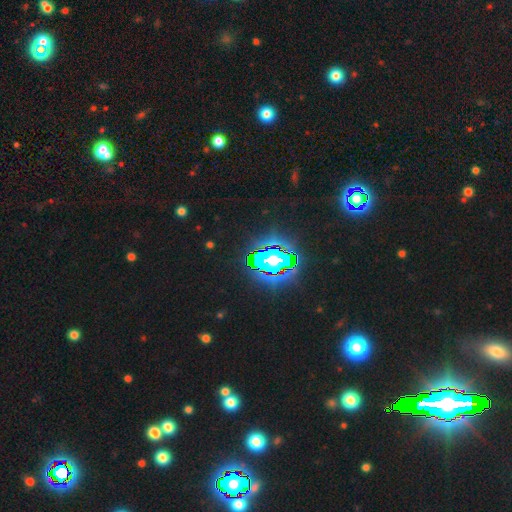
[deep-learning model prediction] Smooth or featured? star or artifact (74%)